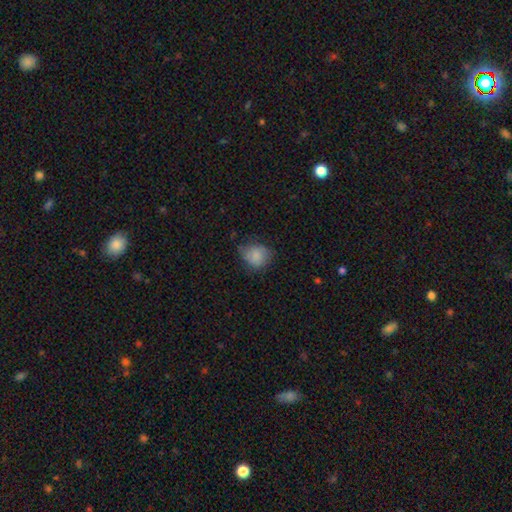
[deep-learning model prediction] smooth-or-featured: smooth: 82% | featured or disk: 9% | star or artifact: 9%
  how-rounded: round: 72% | in between: 27% | cigar-shaped: 1%
  merging: none: 59% | minor disturbance: 31% | major disturbance: 8% | merger: 2%